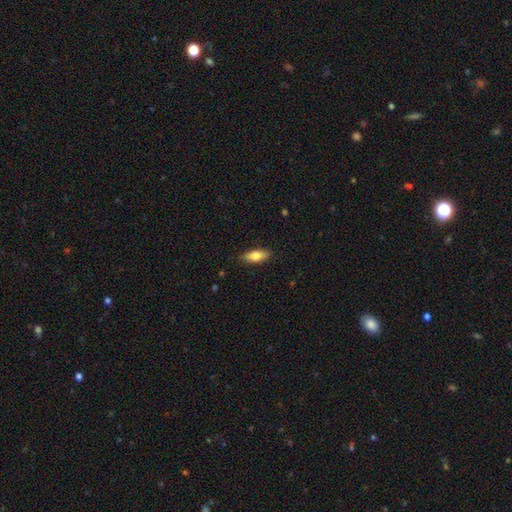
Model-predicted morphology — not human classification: This appears to be a smooth galaxy with no disk features (76%) that is in between round and cigar-shaped (73%). Merging: none (86%).